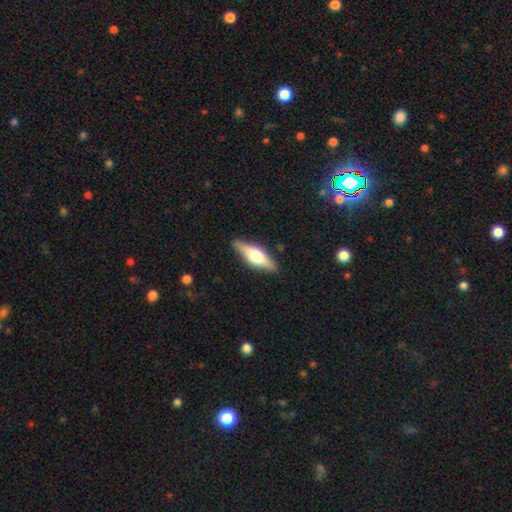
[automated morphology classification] A featured or disk galaxy (48%). Merging: none (87%).